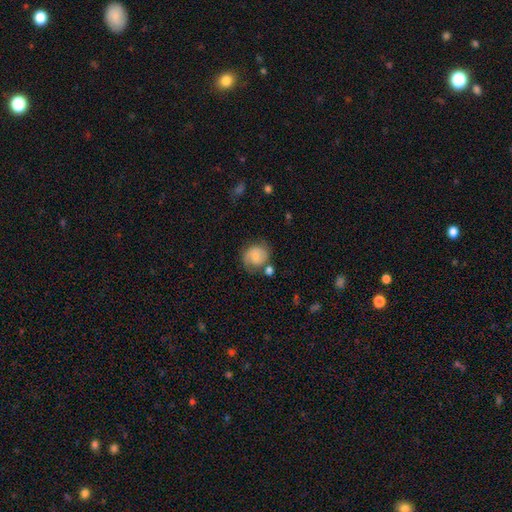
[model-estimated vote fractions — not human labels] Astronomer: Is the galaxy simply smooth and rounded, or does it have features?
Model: smooth — 53% (runner-up: featured or disk, 39%).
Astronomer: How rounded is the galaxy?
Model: round — 72%.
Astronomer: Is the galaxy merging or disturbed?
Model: none — 60%.